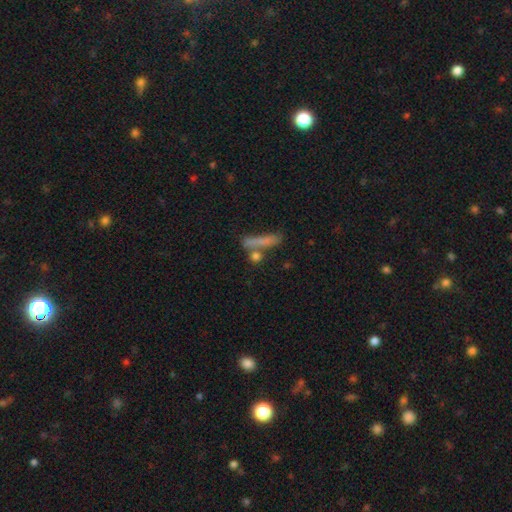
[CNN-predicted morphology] Q: Smooth or featured?
A: smooth (59%); runner-up: featured or disk (26%)
Q: How rounded?
A: cigar-shaped (82%); runner-up: in between (11%)
Q: Merging?
A: none (66%); runner-up: merger (16%)